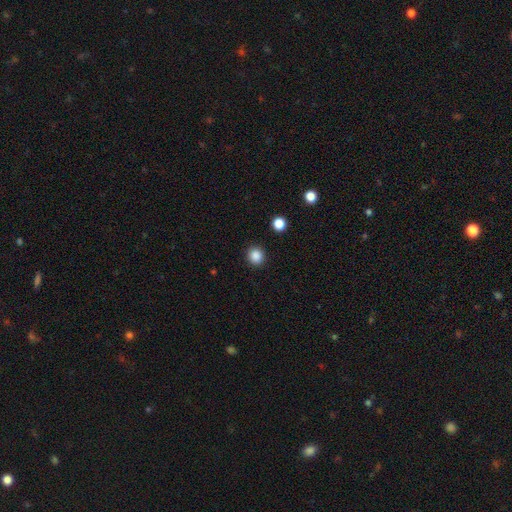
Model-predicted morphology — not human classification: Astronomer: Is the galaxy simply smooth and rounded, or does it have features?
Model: smooth — 87%.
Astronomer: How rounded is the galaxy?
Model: round — 86%.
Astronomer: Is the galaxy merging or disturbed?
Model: none — 91%.